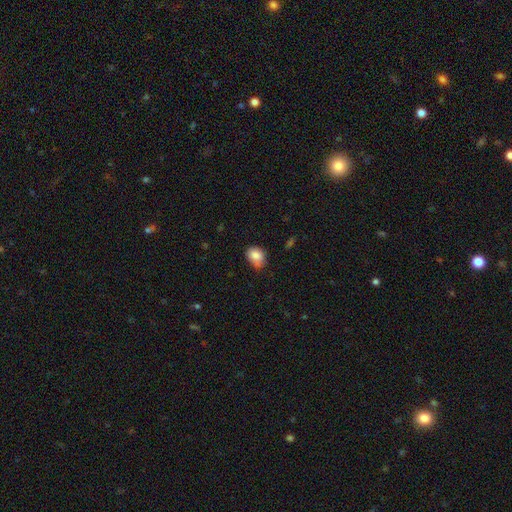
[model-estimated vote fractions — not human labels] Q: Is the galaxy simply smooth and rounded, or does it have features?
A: smooth — 84%.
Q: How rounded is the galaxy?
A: in between — 59%.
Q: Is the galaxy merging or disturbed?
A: none — 58%.